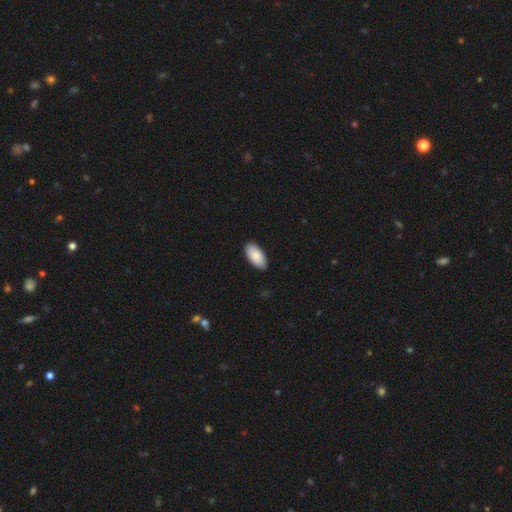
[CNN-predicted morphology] The model was most divided on "merging": none: 89%, minor disturbance: 8%, major disturbance: 2%, merger: 1%. More confident: how rounded — in between (95%); smooth or featured — smooth (88%).